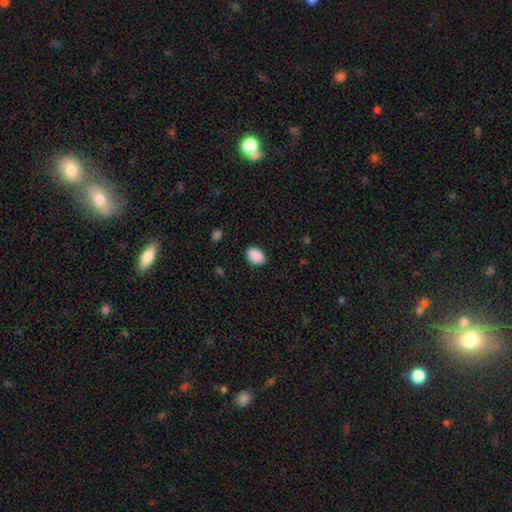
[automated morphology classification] smooth-or-featured: smooth: 90% | star or artifact: 7% | featured or disk: 3%
  how-rounded: in between: 81% | round: 18% | cigar-shaped: 1%
  merging: none: 87% | minor disturbance: 9% | major disturbance: 2% | merger: 1%